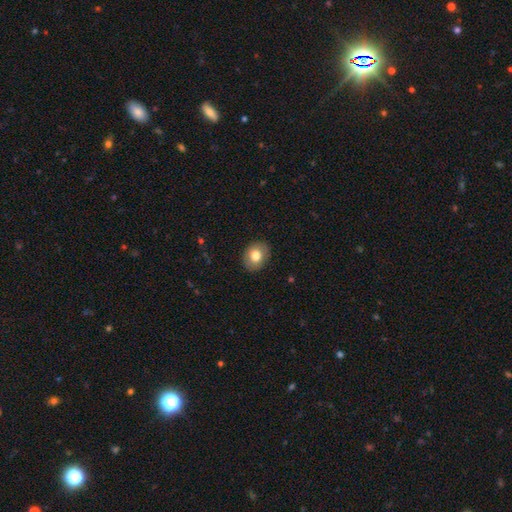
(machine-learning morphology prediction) Smooth or featured: smooth — 79% (featured or disk — 13%)
How rounded: in between — 53% (round — 46%)
Merging: none — 89% (minor disturbance — 8%)